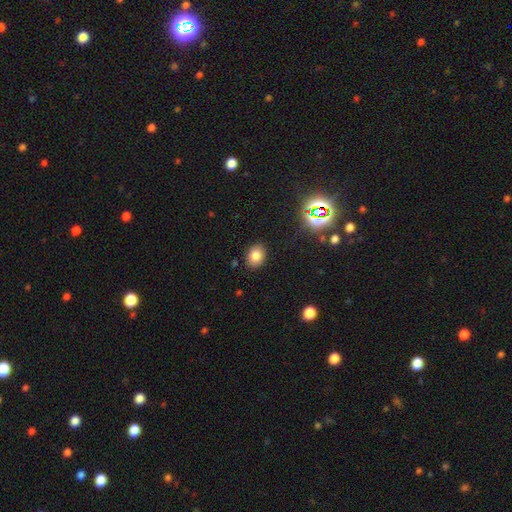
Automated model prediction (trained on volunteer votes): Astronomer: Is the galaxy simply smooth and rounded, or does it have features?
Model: smooth — 78%.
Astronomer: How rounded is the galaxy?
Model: in between — 59% (runner-up: round, 40%).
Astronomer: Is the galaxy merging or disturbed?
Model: none — 89%.